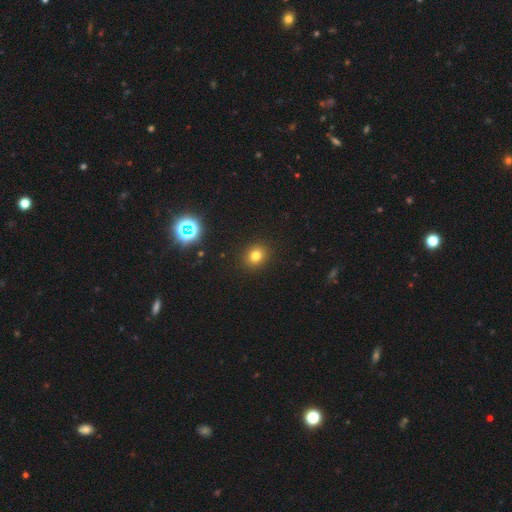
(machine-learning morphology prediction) Overall: smooth (77%). How rounded: round (69%; in between 30%). Merging: none (91%).